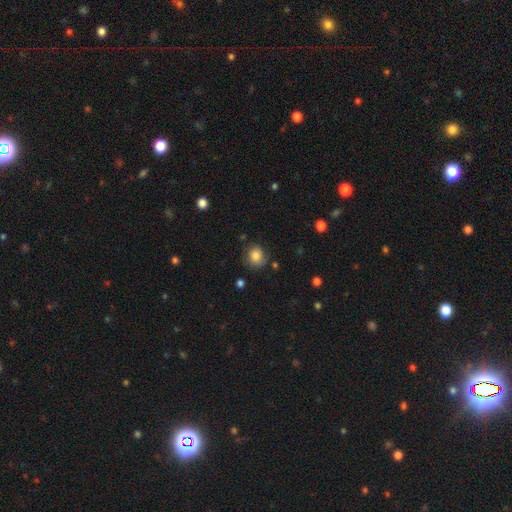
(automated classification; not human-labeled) smooth-or-featured: smooth: 82% | star or artifact: 10% | featured or disk: 8%
  how-rounded: round: 81% | in between: 18% | cigar-shaped: 1%
  merging: none: 76% | minor disturbance: 16% | major disturbance: 5% | merger: 3%